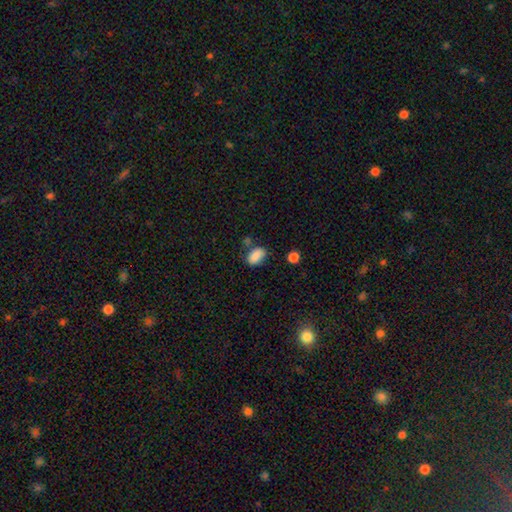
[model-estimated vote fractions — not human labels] Overall: smooth (87%). How rounded: in between (89%). Merging: none (67%).